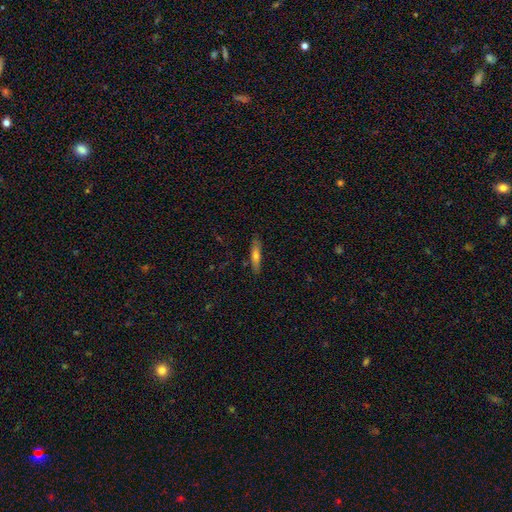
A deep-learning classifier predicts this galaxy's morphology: Smooth or featured: smooth — 62% (featured or disk — 31%)
How rounded: cigar-shaped — 78% (in between — 20%)
Merging: none — 82% (minor disturbance — 14%)